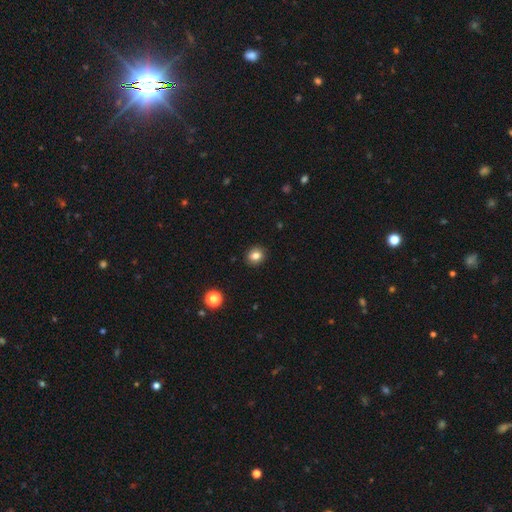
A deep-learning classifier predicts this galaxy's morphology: smooth_or_featured: smooth (p=0.82) [alt: star or artifact p=0.12]
how_rounded: round (p=0.77) [alt: in between p=0.22]
merging: none (p=0.91) [alt: minor disturbance p=0.06]